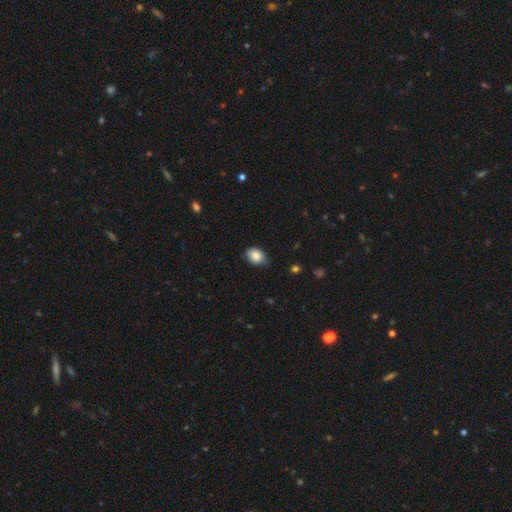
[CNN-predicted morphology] The model was most divided on "how rounded": in between: 71%, round: 28%, cigar-shaped: 1%. More confident: smooth or featured — smooth (86%); merging — none (69%).